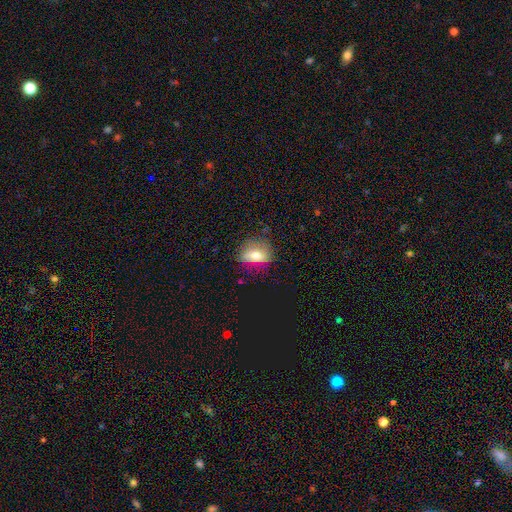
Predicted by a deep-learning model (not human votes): Smooth or featured? smooth (69%)
How rounded? in between (63%)
Merging? none (68%)